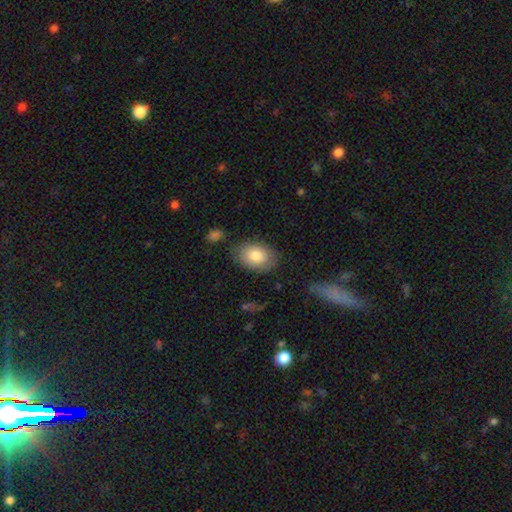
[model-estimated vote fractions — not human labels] This is likely a smooth galaxy (80%). How rounded: clearly in between (83%). Merging: likely none (79%).